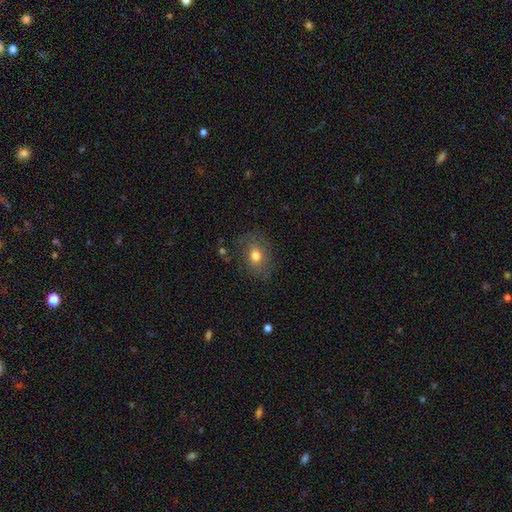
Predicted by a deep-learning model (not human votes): Smooth or featured: smooth — 67% (featured or disk — 23%)
How rounded: in between — 56% (round — 42%)
Merging: none — 73% (minor disturbance — 18%)